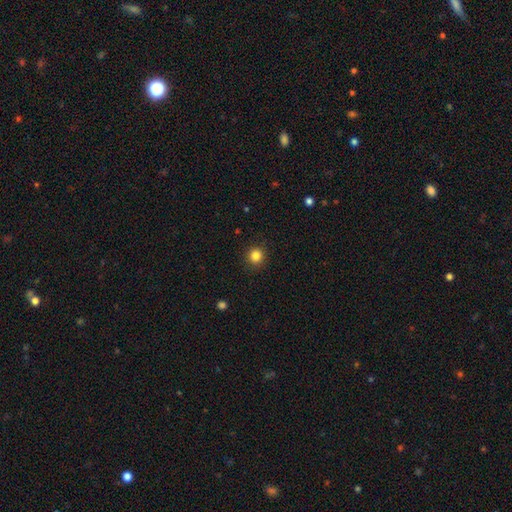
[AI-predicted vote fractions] smooth-or-featured: smooth: 84% | star or artifact: 12% | featured or disk: 5%
  how-rounded: round: 93% | in between: 7% | cigar-shaped: 1%
  merging: none: 91% | minor disturbance: 6% | major disturbance: 2% | merger: 1%